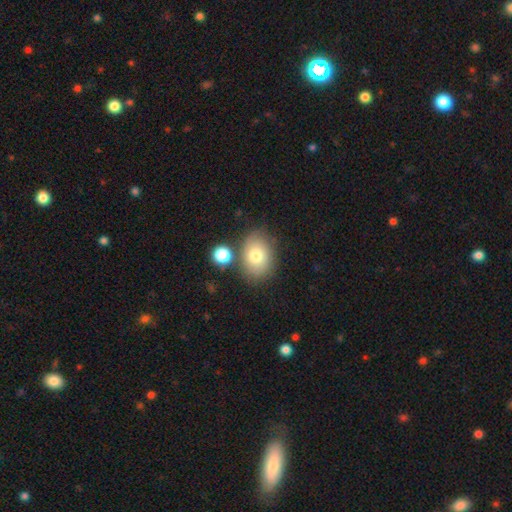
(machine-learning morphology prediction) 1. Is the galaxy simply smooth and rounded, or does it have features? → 76% smooth, 14% featured or disk, 9% star or artifact.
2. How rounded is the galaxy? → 68% in between, 31% round, 1% cigar-shaped.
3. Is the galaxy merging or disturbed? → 70% none, 14% minor disturbance, 13% merger, 4% major disturbance.